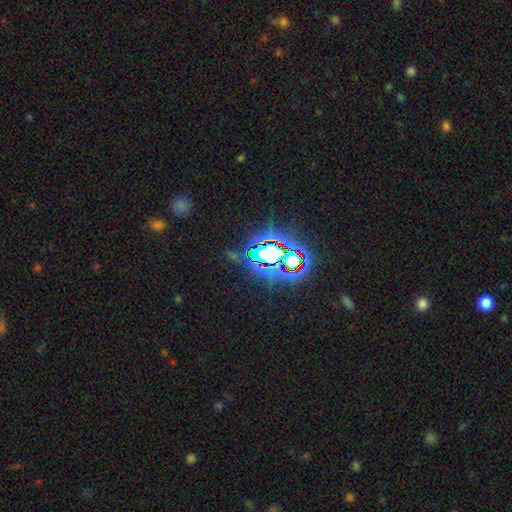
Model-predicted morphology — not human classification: This appears to be a star or artifact, not a galaxy (78%).